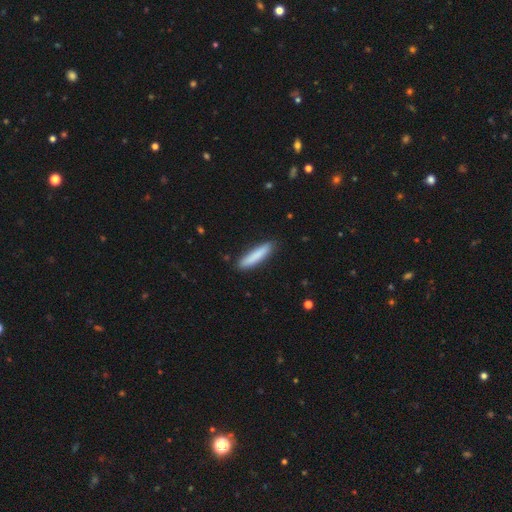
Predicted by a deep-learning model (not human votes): This is clearly a smooth galaxy (83%). How rounded: clearly cigar-shaped (88%). Merging: clearly none (88%).